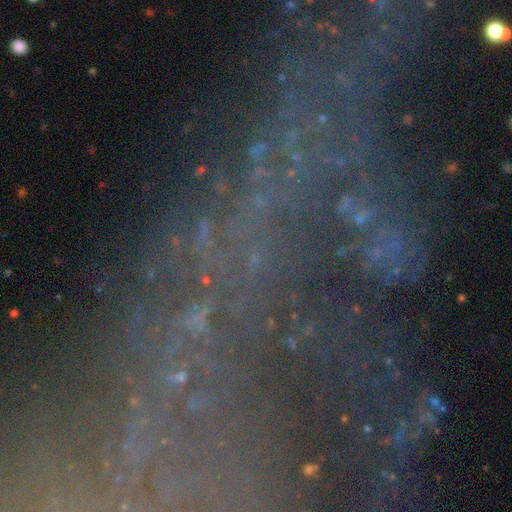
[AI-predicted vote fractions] A star or artifact, not a galaxy (62%).